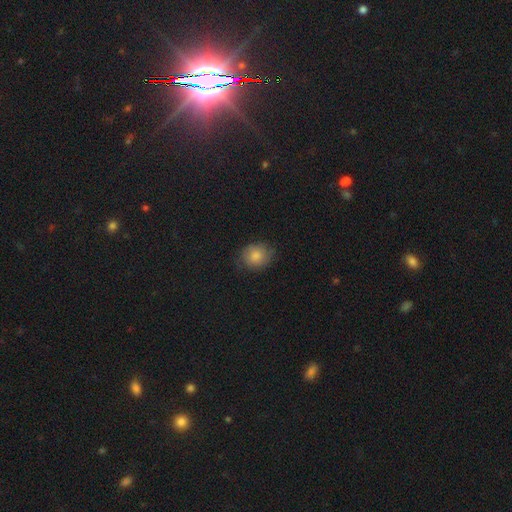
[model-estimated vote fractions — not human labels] Smooth or featured: smooth — 81% (featured or disk — 11%)
How rounded: round — 63% (in between — 36%)
Merging: none — 74% (minor disturbance — 20%)